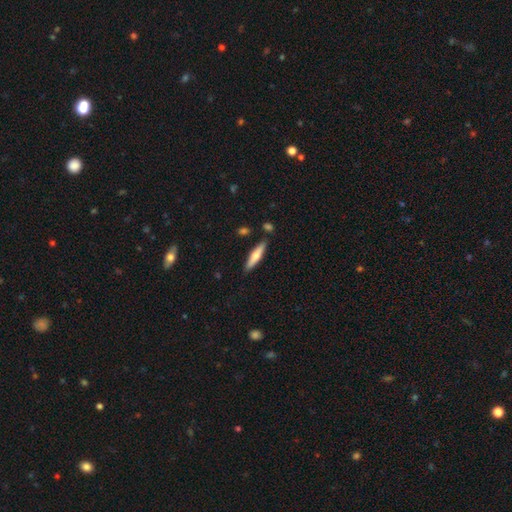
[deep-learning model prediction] Smooth or featured? Predicted: smooth (p=0.59). How rounded? Predicted: cigar-shaped (p=0.82). Merging? Predicted: none (p=0.85).